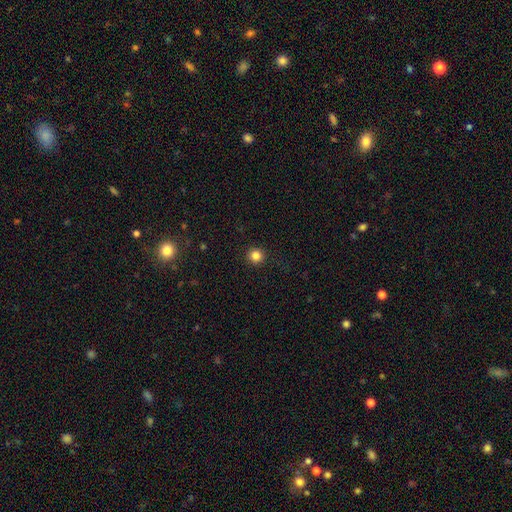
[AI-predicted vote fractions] Smooth or featured? smooth (83%)
How rounded? round (95%)
Merging? none (93%)